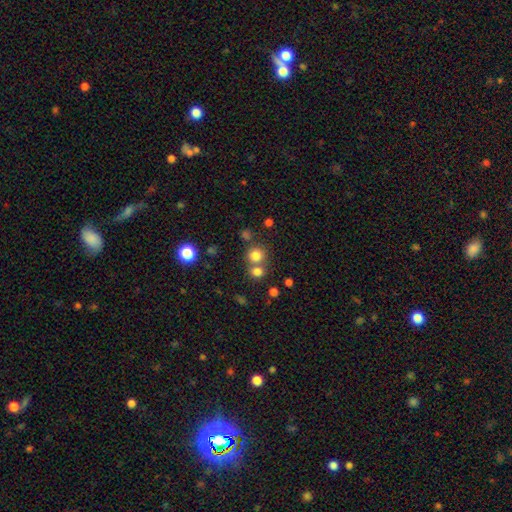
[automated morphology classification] Overall: smooth (78%). How rounded: round (88%). Merging: none (58%; merger 32%).